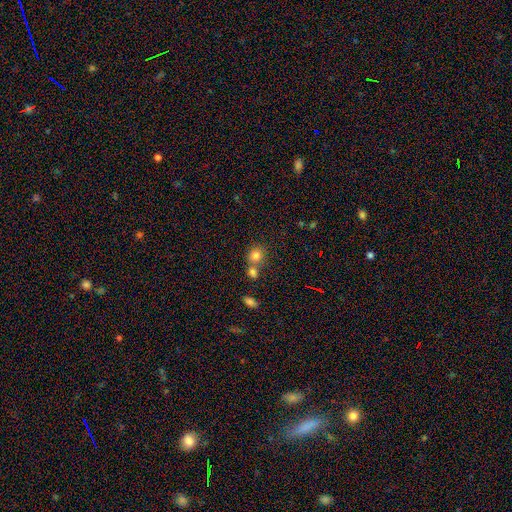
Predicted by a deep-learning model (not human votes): A smooth galaxy with no disk features (80%) that is round (81%). Merging: none (53%).